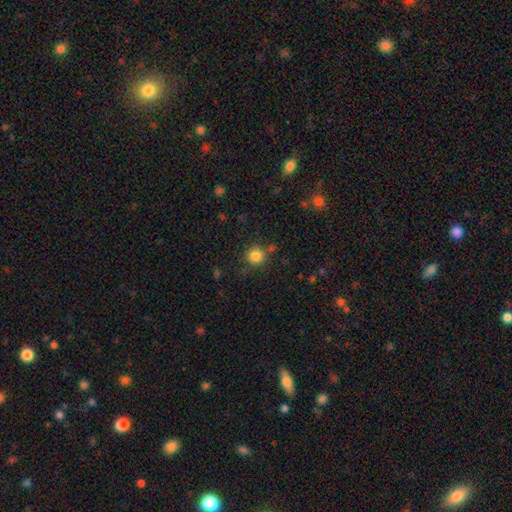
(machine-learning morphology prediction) smooth 84%, star or artifact 11%, featured or disk 5%. Down the decision tree: how rounded — round (94%); merging — none (81%).